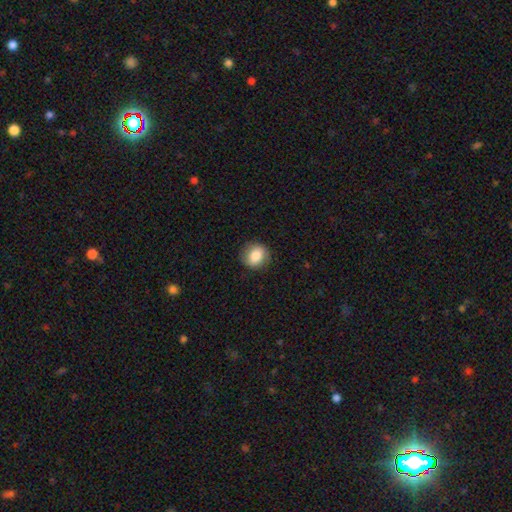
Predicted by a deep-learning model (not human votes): Q: Smooth or featured?
A: smooth (81%); runner-up: featured or disk (11%)
Q: How rounded?
A: round (79%); runner-up: in between (20%)
Q: Merging?
A: none (86%); runner-up: minor disturbance (10%)